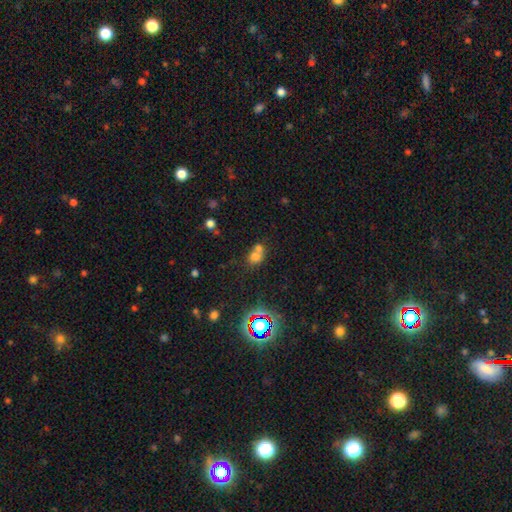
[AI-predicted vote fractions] Smooth or featured: smooth — 67% (star or artifact — 19%)
How rounded: round — 62% (in between — 36%)
Merging: merger — 54% (none — 33%)